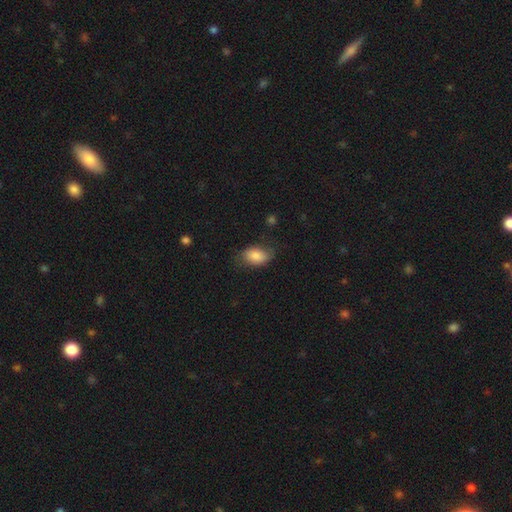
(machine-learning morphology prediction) Overall: smooth (82%). How rounded: in between (89%). Merging: none (67%).